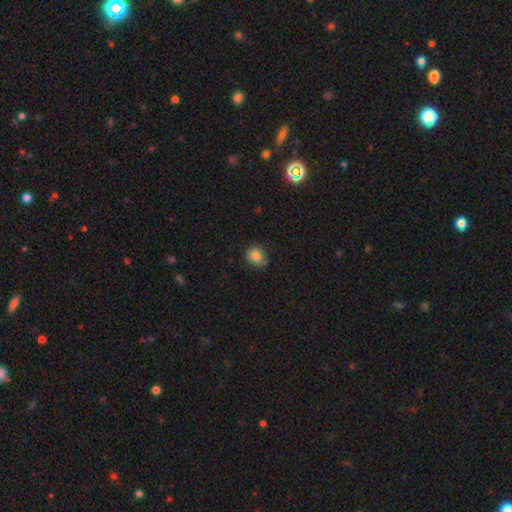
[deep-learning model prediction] A smooth galaxy with no disk features (81%) that is round (73%). Merging: none (78%).